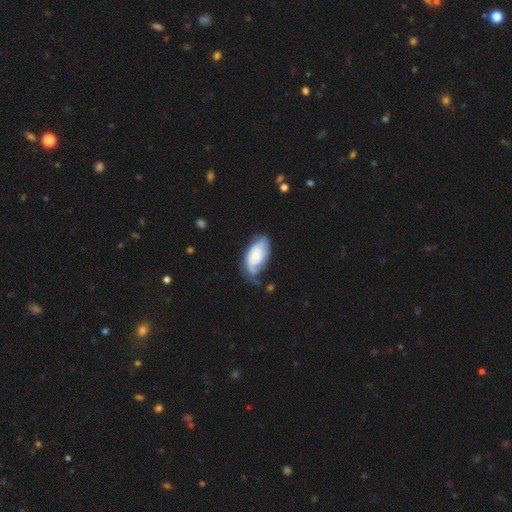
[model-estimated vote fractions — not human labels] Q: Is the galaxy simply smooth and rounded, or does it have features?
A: featured or disk — 51%.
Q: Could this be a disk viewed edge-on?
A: no — 93%.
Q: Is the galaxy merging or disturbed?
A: none — 51%.